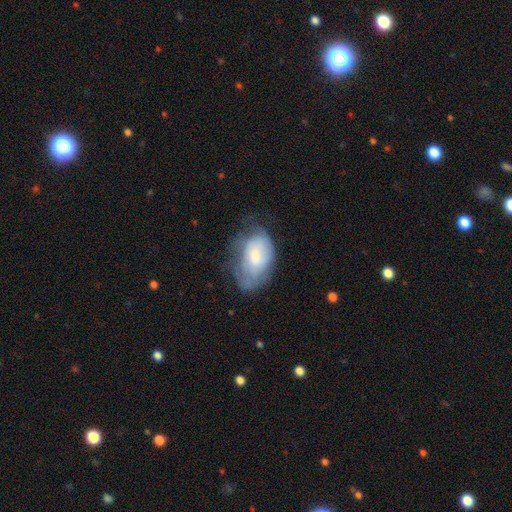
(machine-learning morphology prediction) The model was most divided on "merging": none: 41%, minor disturbance: 36%, major disturbance: 21%, merger: 2%. More confident: how rounded — in between (91%); smooth or featured — smooth (59%).